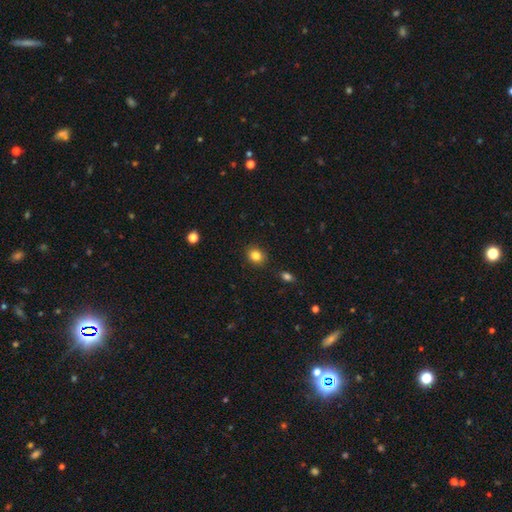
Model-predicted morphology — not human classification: Q: Smooth or featured?
A: smooth (84%); runner-up: star or artifact (10%)
Q: How rounded?
A: round (62%); runner-up: in between (38%)
Q: Merging?
A: none (89%); runner-up: minor disturbance (7%)